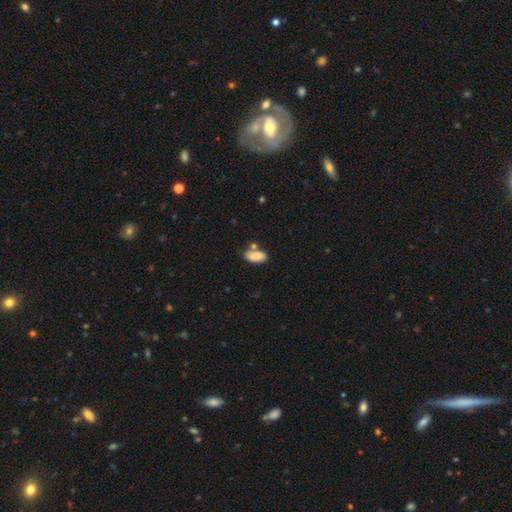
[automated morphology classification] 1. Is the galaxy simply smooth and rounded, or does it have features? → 87% smooth, 7% star or artifact, 5% featured or disk.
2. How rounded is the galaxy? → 90% in between, 7% cigar-shaped, 3% round.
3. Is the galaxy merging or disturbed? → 64% none, 17% minor disturbance, 15% merger, 4% major disturbance.